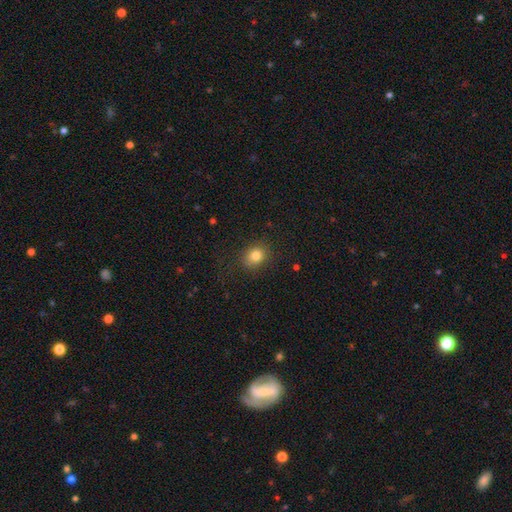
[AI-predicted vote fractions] A smooth galaxy with no disk features (82%) that is round (64%). Merging: none (83%).